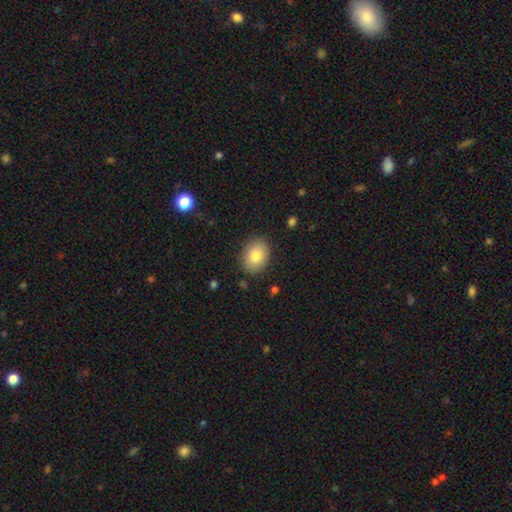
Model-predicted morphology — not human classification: A smooth galaxy with no disk features (81%) that is in between round and cigar-shaped (59%).

Vote fractions:
- Smooth or featured? smooth: 81% / featured or disk: 11% / star or artifact: 8%
- How rounded? in between: 59% / round: 40% / cigar-shaped: 1%
- Merging? none: 86% / minor disturbance: 10% / major disturbance: 3% / merger: 1%